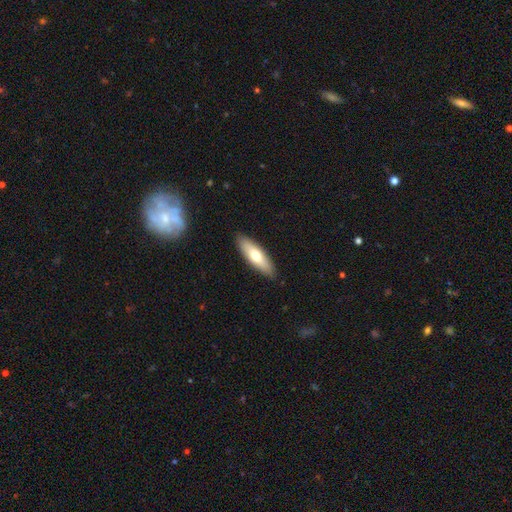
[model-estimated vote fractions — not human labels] Smooth or featured?
  - smooth: 66% *
  - featured or disk: 28%
  - star or artifact: 5%
How rounded?
  - in between: 51% *
  - cigar-shaped: 47%
  - round: 2%
Merging?
  - none: 88% *
  - minor disturbance: 9%
  - major disturbance: 2%
  - merger: 1%